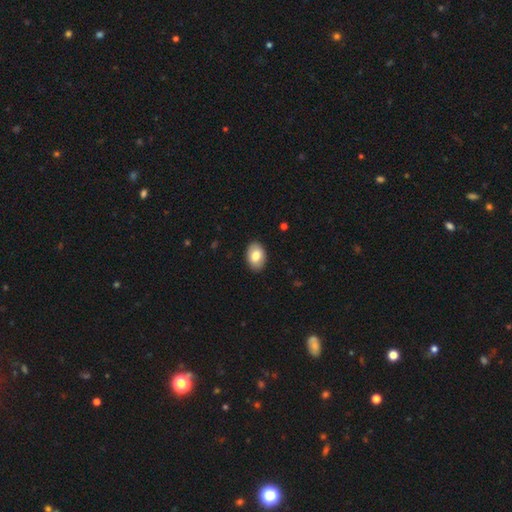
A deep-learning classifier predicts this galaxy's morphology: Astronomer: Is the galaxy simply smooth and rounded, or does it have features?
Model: smooth — 81%.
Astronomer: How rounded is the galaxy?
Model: in between — 87%.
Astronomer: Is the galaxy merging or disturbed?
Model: none — 89%.